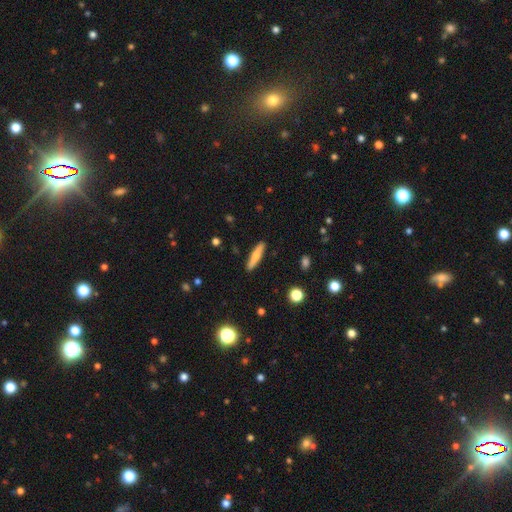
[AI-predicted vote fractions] A smooth galaxy with no disk features (62%) that is cigar-shaped (85%). Merging: none (89%).